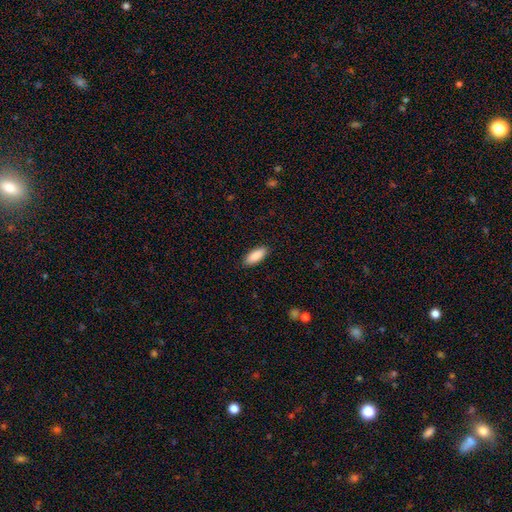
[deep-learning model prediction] This appears to be a smooth galaxy with no disk features (89%) that is in between round and cigar-shaped (79%). Merging: none (89%).